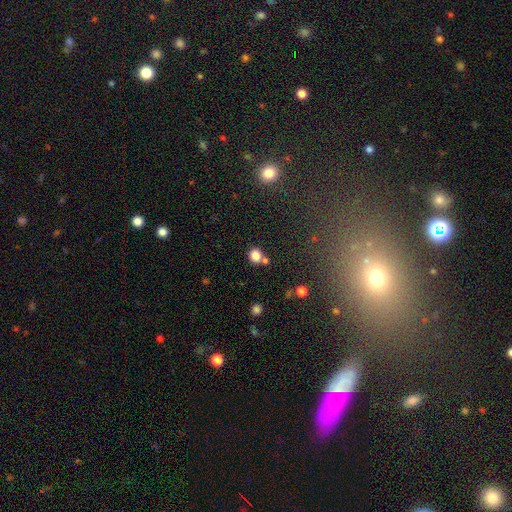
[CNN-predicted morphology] This is clearly a smooth galaxy (81%). How rounded: likely round (78%). Merging: likely none (65%).